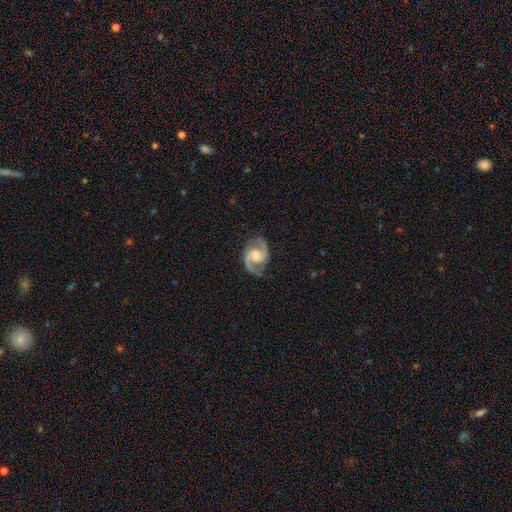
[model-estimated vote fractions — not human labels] Smooth or featured: featured or disk — 92% (star or artifact — 4%)
Edge-on disk: no — 98% (yes — 2%)
Bar: no — 47% (weak — 42%)
Spiral arms: yes — 98% (no — 2%)
Spiral winding: medium — 63% (tight — 21%)
Spiral arm count: 2 — 94% (can't tell — 1%)
Bulge size: moderate — 41% (small — 24%)
Merging: none — 84% (minor disturbance — 12%)